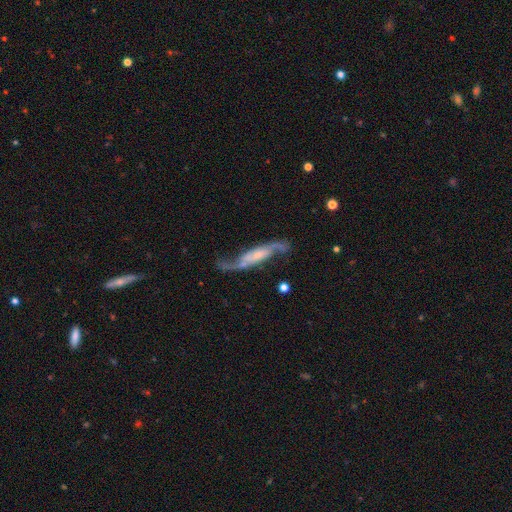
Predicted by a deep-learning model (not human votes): Smooth or featured: featured or disk — 86% (smooth — 8%)
Edge-on disk: no — 82% (yes — 18%)
Bar: no — 45% (weak — 33%)
Spiral arms: yes — 96% (no — 4%)
Spiral winding: loose — 59% (medium — 31%)
Spiral arm count: 2 — 91% (can't tell — 4%)
Bulge size: small — 59% (moderate — 25%)
Merging: none — 67% (minor disturbance — 17%)